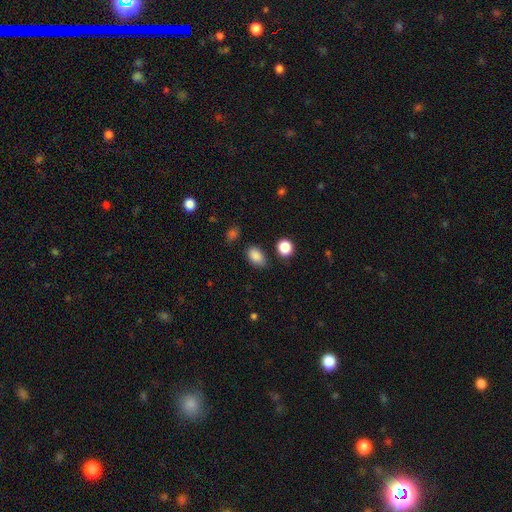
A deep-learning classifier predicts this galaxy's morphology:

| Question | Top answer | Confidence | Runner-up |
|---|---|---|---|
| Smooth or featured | smooth | 86% | star or artifact (10%) |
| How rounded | in between | 82% | round (16%) |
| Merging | none | 77% | minor disturbance (16%) |